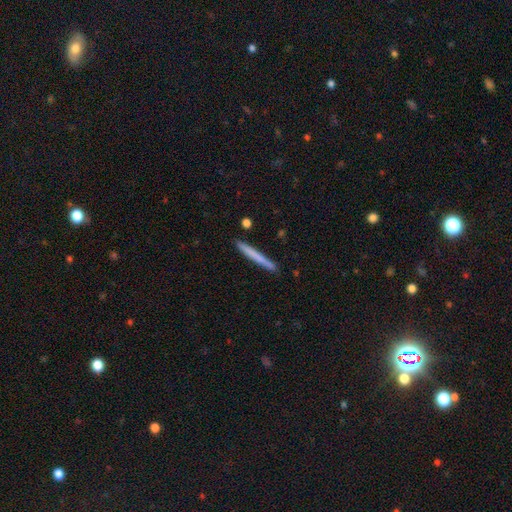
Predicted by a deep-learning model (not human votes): smooth_or_featured: smooth (p=0.68) [alt: featured or disk p=0.26]
how_rounded: cigar-shaped (p=0.97) [alt: in between p=0.02]
merging: none (p=0.90) [alt: minor disturbance p=0.07]